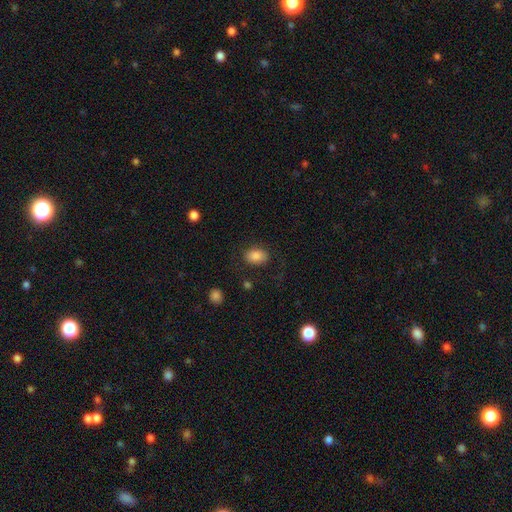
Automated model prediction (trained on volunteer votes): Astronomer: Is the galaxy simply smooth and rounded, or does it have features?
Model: smooth — 86%.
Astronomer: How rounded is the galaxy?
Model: in between — 73%.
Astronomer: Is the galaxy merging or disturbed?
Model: none — 80%.